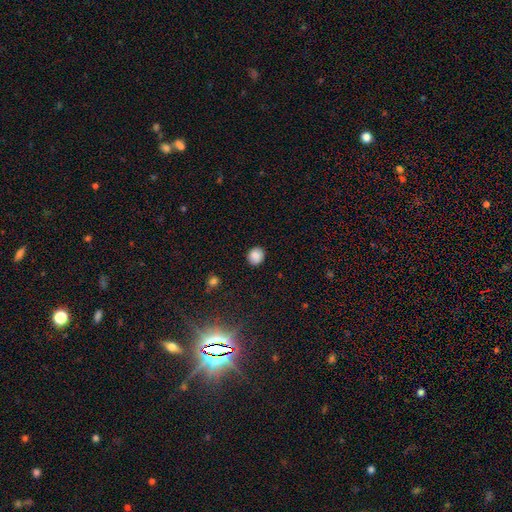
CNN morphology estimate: A smooth galaxy with no disk features (86%) that is round (78%). Merging: none (89%).